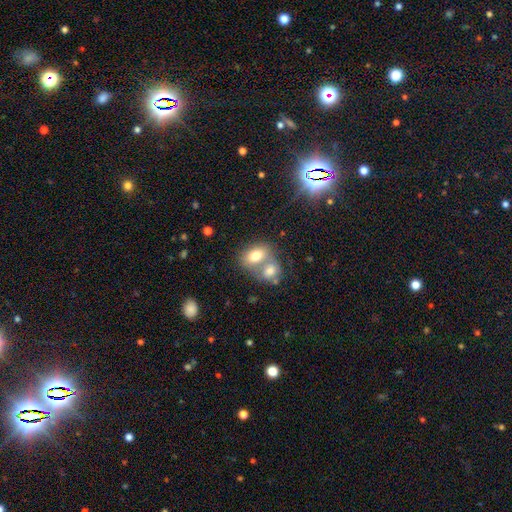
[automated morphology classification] Overall: smooth (74%). How rounded: in between (77%). Merging: merger (61%; none 28%).